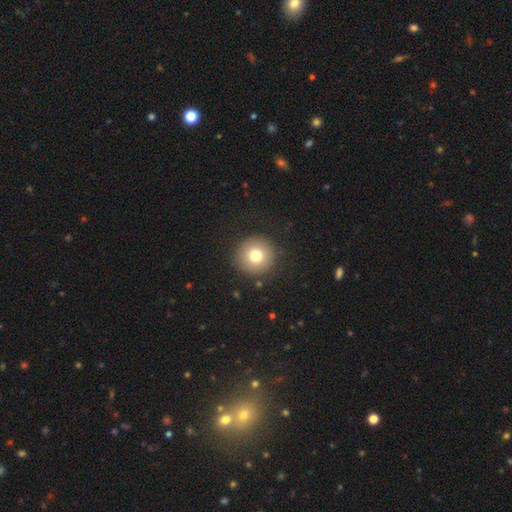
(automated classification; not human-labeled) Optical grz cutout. It shows a smooth galaxy with no disk features (76%) that is round (95%). Merging: none (89%).